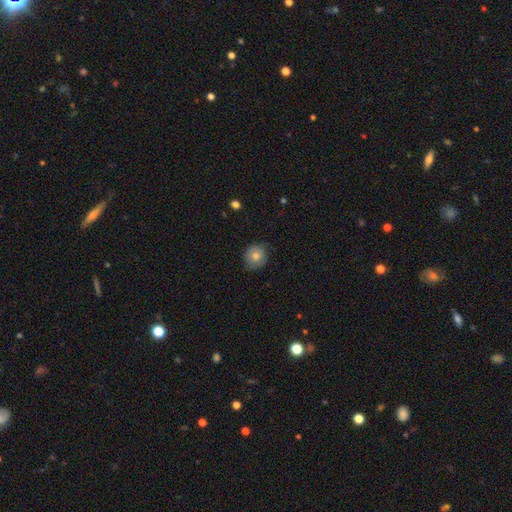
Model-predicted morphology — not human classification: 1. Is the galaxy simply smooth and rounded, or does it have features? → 71% smooth, 20% featured or disk, 9% star or artifact.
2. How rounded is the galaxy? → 85% round, 14% in between, 1% cigar-shaped.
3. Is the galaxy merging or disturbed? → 78% none, 17% minor disturbance, 3% major disturbance, 1% merger.